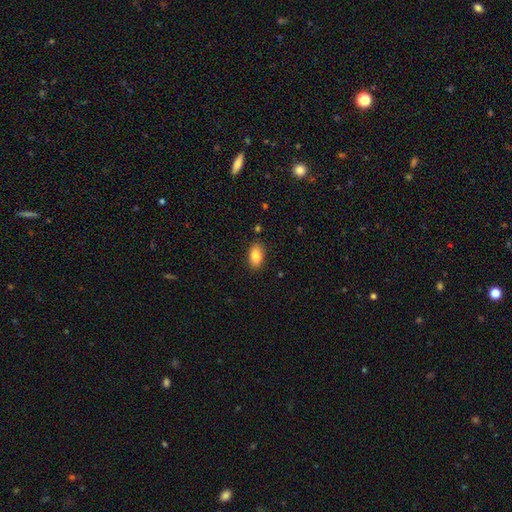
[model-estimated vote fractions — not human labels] smooth_or_featured: smooth (p=0.87) [alt: star or artifact p=0.08]
how_rounded: in between (p=0.91) [alt: round p=0.06]
merging: none (p=0.85) [alt: minor disturbance p=0.11]